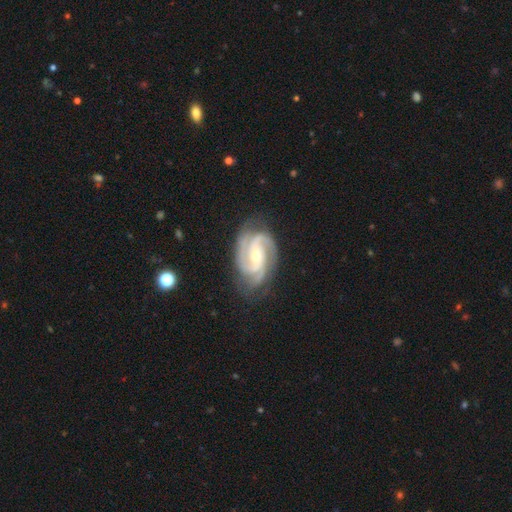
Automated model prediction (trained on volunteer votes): A featured or disk galaxy (93%) with a weak bar (40%), 3 (55%) medium (48%) spiral arms (99%) and a small central bulge (54%).

Vote fractions:
- Smooth or featured? featured or disk: 93% / star or artifact: 4% / smooth: 4%
- Edge-on disk? no: 98% / yes: 2%
- Bar? weak: 40% / no: 37% / strong: 23%
- Spiral arms? yes: 99% / no: 1%
- Spiral winding? medium: 48% / tight: 44% / loose: 8%
- Spiral arm count? 3: 55% / 2: 24% / 4: 8% / can't tell: 6% / more than 4: 4% / 1: 3%
- Bulge size? small: 54% / moderate: 43% / large: 2% / none: 1% / dominant: 1%
- Merging? none: 76% / minor disturbance: 17% / major disturbance: 6% / merger: 1%